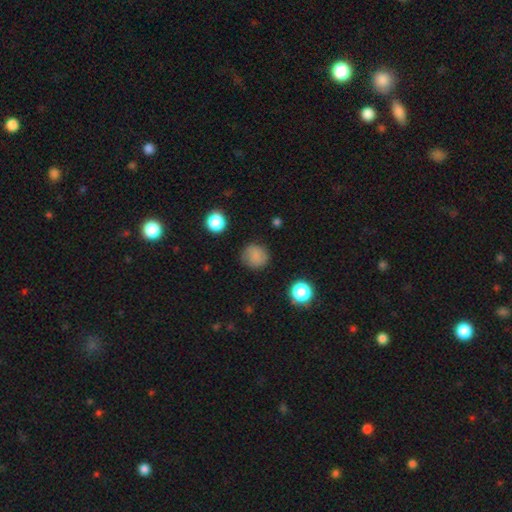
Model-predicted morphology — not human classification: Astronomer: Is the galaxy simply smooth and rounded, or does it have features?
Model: smooth — 81%.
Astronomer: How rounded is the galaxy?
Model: round — 87%.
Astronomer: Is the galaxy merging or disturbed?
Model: none — 83%.